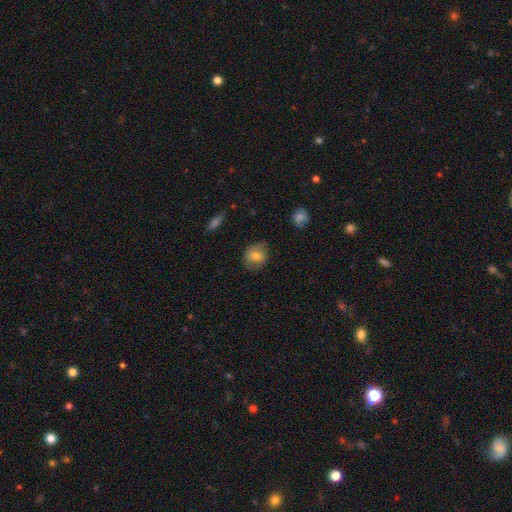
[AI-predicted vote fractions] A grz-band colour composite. It shows a smooth galaxy with no disk features (73%) that is round (61%). Merging: none (73%).